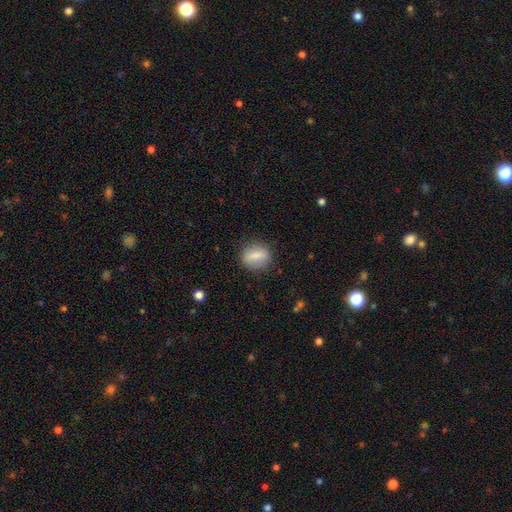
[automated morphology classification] The model was most divided on "how rounded" (2-way tie): round: 48%, in between: 48%, cigar-shaped: 4%. More confident: merging — none (83%); smooth or featured — smooth (78%).